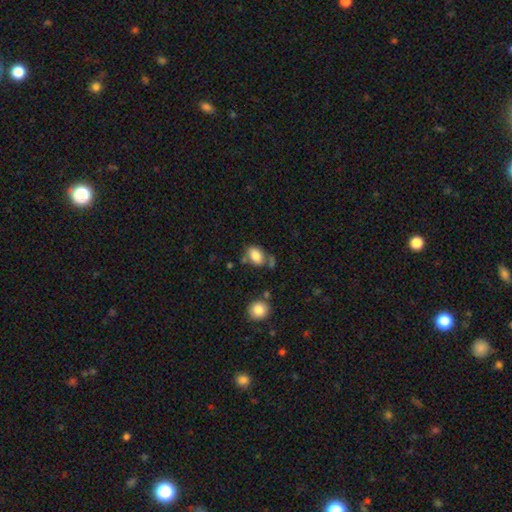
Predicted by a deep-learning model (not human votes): smooth_or_featured: smooth (p=0.80) [alt: featured or disk p=0.11]
how_rounded: in between (p=0.85) [alt: round p=0.13]
merging: none (p=0.54) [alt: minor disturbance p=0.21]